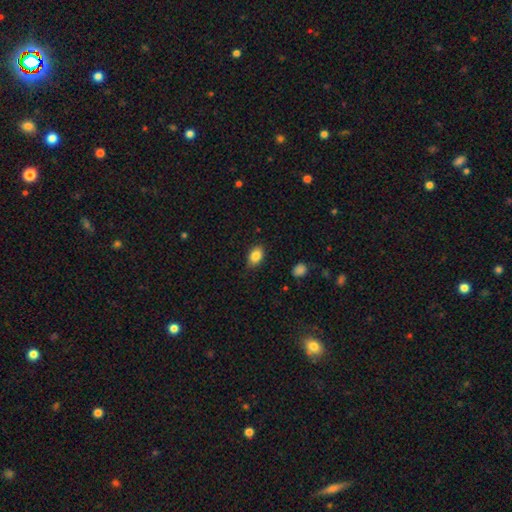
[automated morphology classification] A smooth galaxy with no disk features (85%) that is in between round and cigar-shaped (88%).

Vote fractions:
- Smooth or featured? smooth: 85% / star or artifact: 8% / featured or disk: 7%
- How rounded? in between: 88% / round: 10% / cigar-shaped: 2%
- Merging? none: 83% / minor disturbance: 13% / major disturbance: 2% / merger: 1%